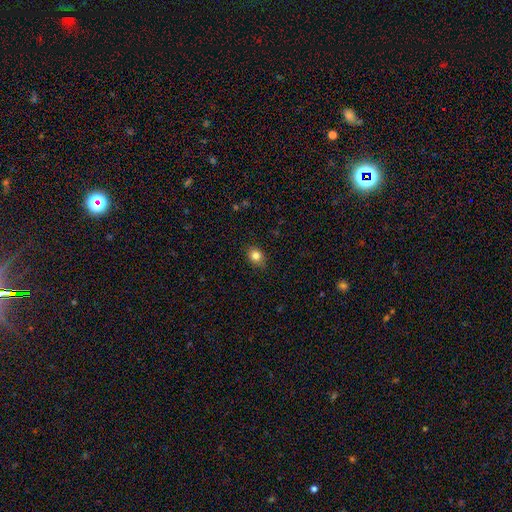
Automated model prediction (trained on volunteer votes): This is clearly a smooth galaxy (83%). How rounded: possibly round (58%). Merging: clearly none (86%).